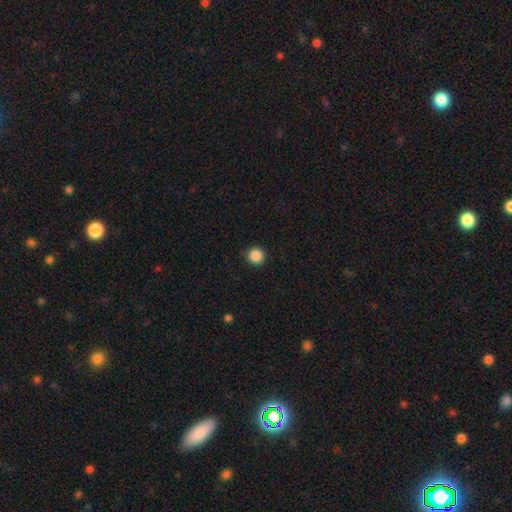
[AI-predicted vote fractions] The model was most divided on "smooth or featured": smooth: 87%, star or artifact: 10%, featured or disk: 3%. More confident: how rounded — round (94%); merging — none (88%).